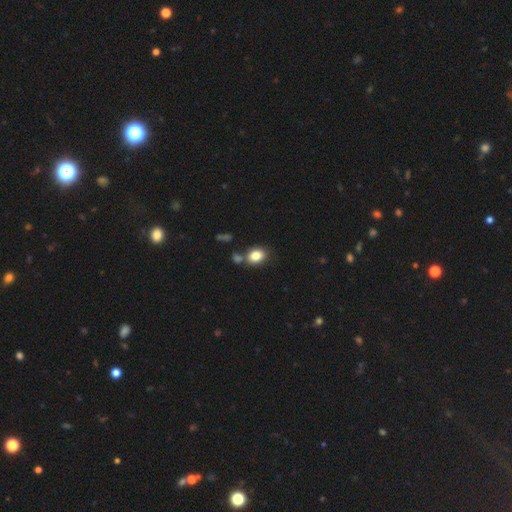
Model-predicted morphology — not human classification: Smooth or featured? smooth (84%)
How rounded? in between (68%)
Merging? none (64%)